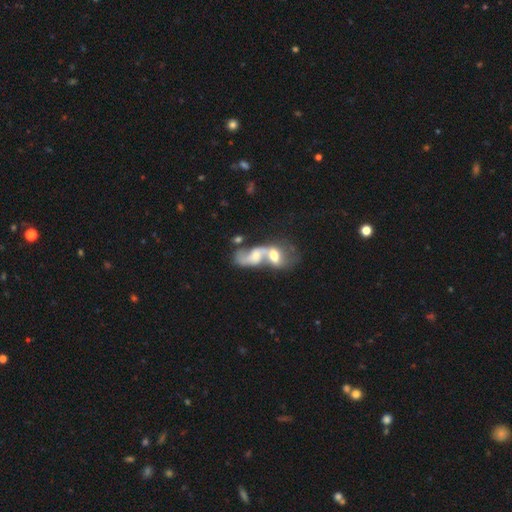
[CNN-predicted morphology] featured or disk 60%, smooth 32%, star or artifact 8%. Down the decision tree: edge-on disk — no (94%); bar — no (54%); spiral arms — yes (71%); bulge size — moderate (51%); merging — merger (79%).